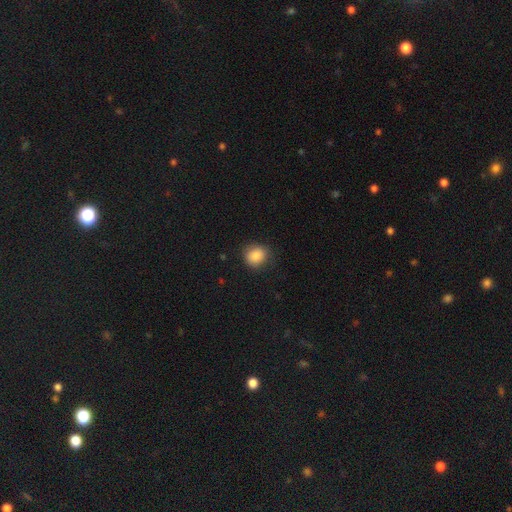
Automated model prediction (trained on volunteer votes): Smooth or featured: smooth — 86% (star or artifact — 9%)
How rounded: round — 75% (in between — 24%)
Merging: none — 83% (minor disturbance — 13%)